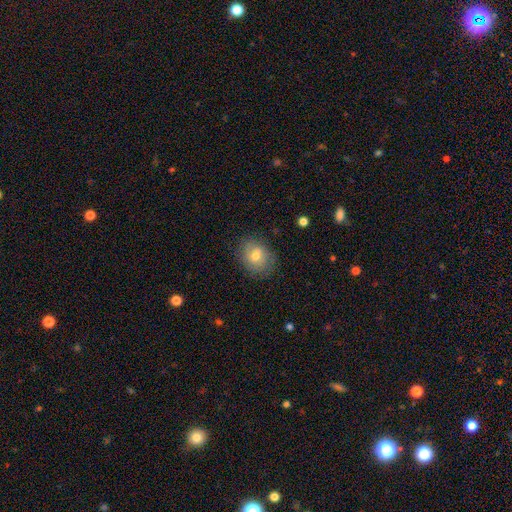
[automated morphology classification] A smooth galaxy with no disk features (69%) that is round (53%). Merging: none (77%).